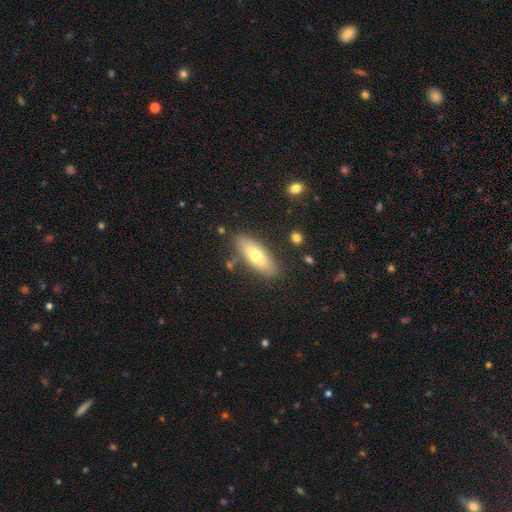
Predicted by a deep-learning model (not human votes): smooth_or_featured: smooth (p=0.67) [alt: featured or disk p=0.27]
how_rounded: in between (p=0.63) [alt: cigar-shaped p=0.35]
merging: none (p=0.82) [alt: minor disturbance p=0.12]